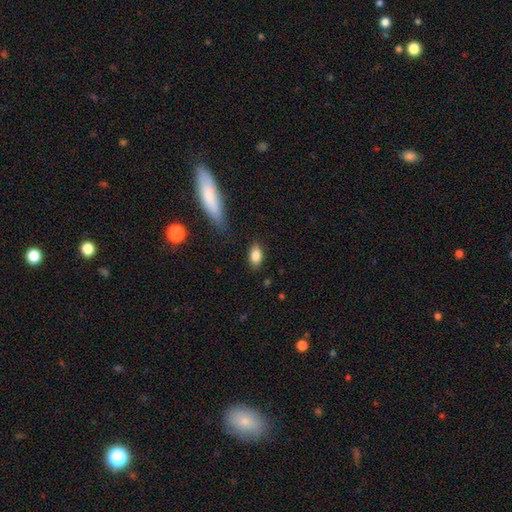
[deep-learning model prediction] This appears to be a smooth galaxy with no disk features (84%) that is in between round and cigar-shaped (89%). Merging: none (84%).